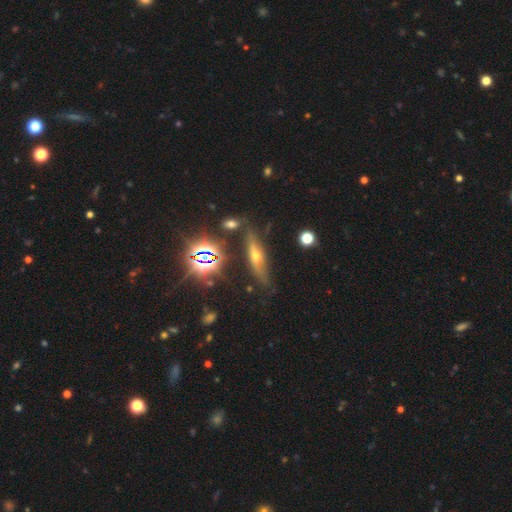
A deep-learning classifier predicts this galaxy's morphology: A featured or disk galaxy (50%) viewed edge-on (82%). Merging: none (73%).